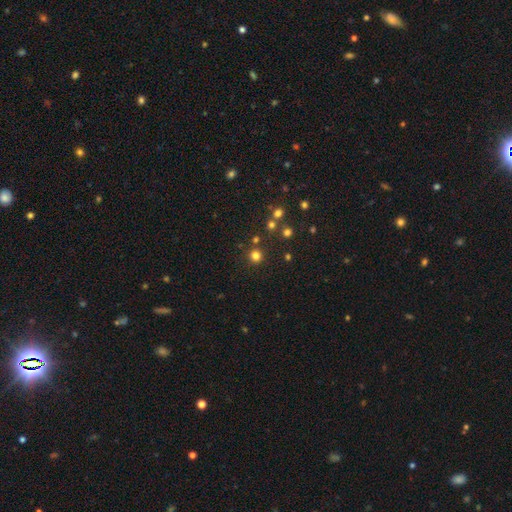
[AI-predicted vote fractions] smooth_or_featured: smooth (p=0.76) [alt: star or artifact p=0.19]
how_rounded: round (p=0.95) [alt: in between p=0.04]
merging: none (p=0.86) [alt: minor disturbance p=0.06]